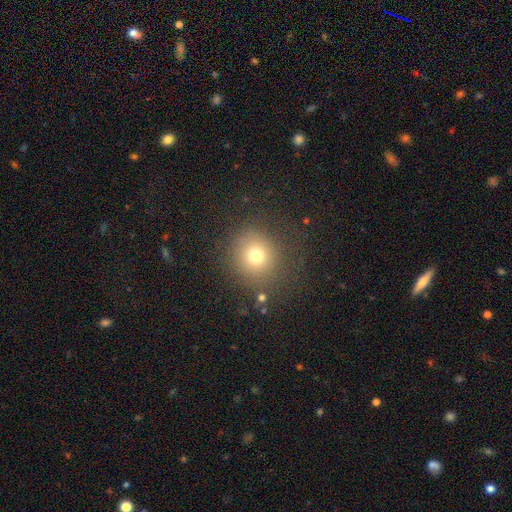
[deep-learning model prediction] This is likely a smooth galaxy (73%). How rounded: clearly round (90%). Merging: clearly none (81%).